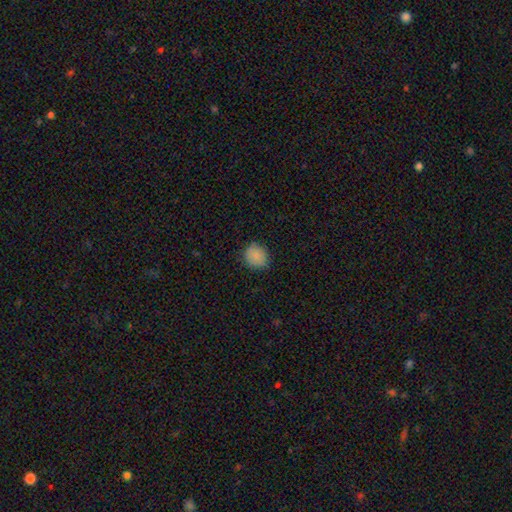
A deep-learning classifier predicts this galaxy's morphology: A smooth galaxy with no disk features (87%) that is round (81%).

Vote fractions:
- Smooth or featured? smooth: 87% / star or artifact: 9% / featured or disk: 4%
- How rounded? round: 81% / in between: 18% / cigar-shaped: 1%
- Merging? none: 83% / minor disturbance: 13% / major disturbance: 3% / merger: 1%